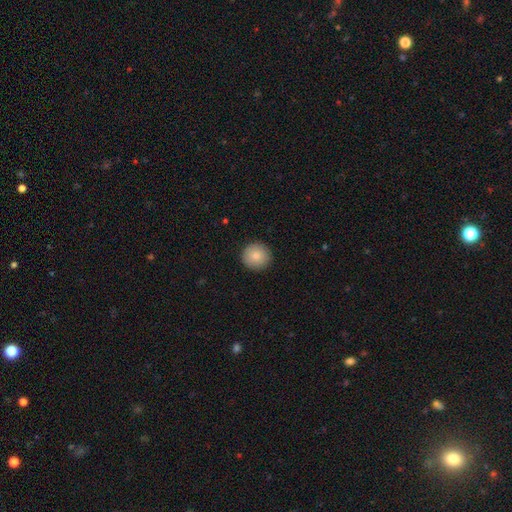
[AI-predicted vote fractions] Smooth or featured?
  - smooth: 86% *
  - star or artifact: 8%
  - featured or disk: 7%
How rounded?
  - round: 95% *
  - in between: 4%
  - cigar-shaped: 1%
Merging?
  - none: 92% *
  - minor disturbance: 5%
  - major disturbance: 2%
  - merger: 1%